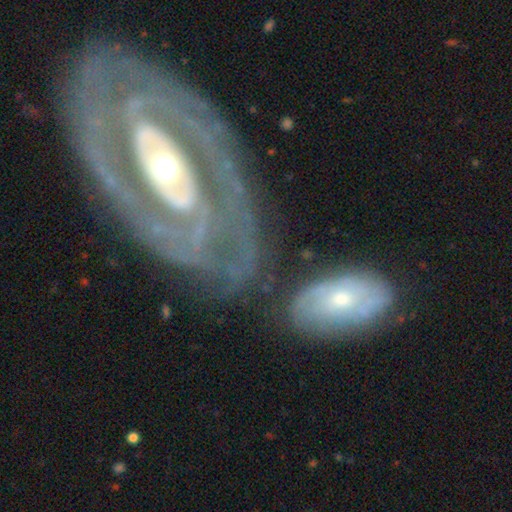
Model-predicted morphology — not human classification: Smooth or featured? featured or disk (66%)
Edge-on disk? no (90%)
Bar? no (52%)
Spiral arms? yes (75%)
Bulge size? moderate (54%)
Merging? none (42%)